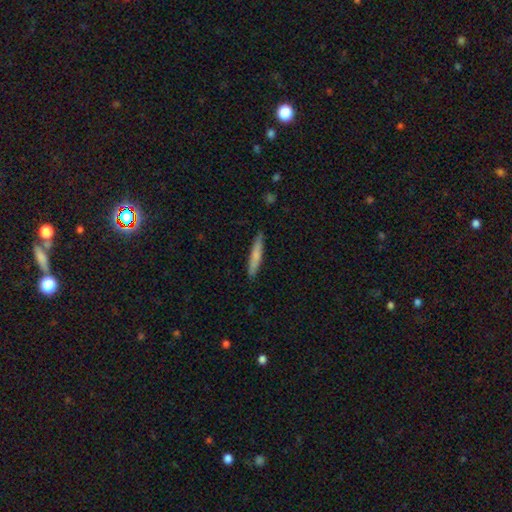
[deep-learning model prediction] smooth 72%, featured or disk 23%, star or artifact 5%. Down the decision tree: how rounded — cigar-shaped (93%); merging — none (89%).